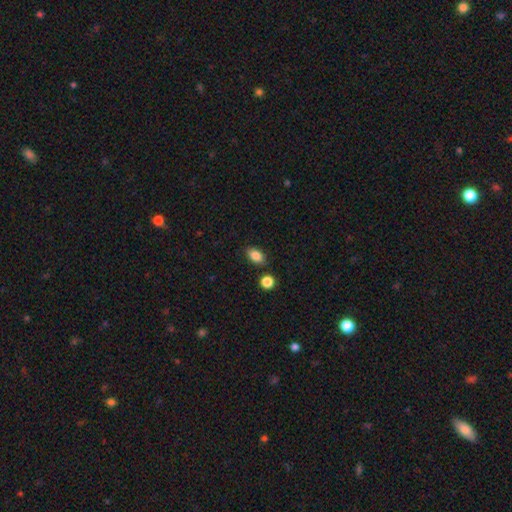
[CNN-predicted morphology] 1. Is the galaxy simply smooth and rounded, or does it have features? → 86% smooth, 9% star or artifact, 5% featured or disk.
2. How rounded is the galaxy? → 83% in between, 15% round, 2% cigar-shaped.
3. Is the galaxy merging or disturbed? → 83% none, 10% minor disturbance, 5% merger, 2% major disturbance.